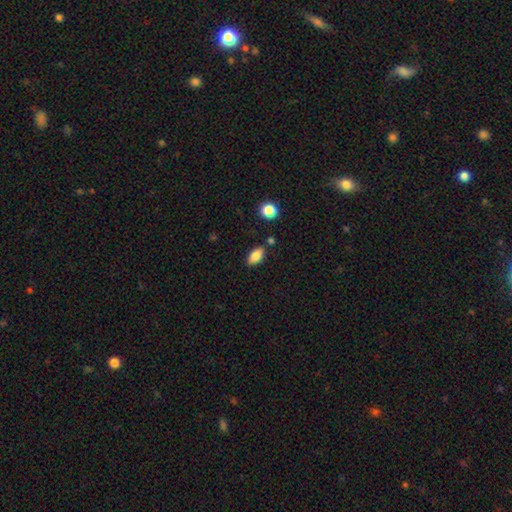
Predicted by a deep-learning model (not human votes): This appears to be a smooth galaxy with no disk features (84%) that is in between round and cigar-shaped (88%). Merging: none (79%).